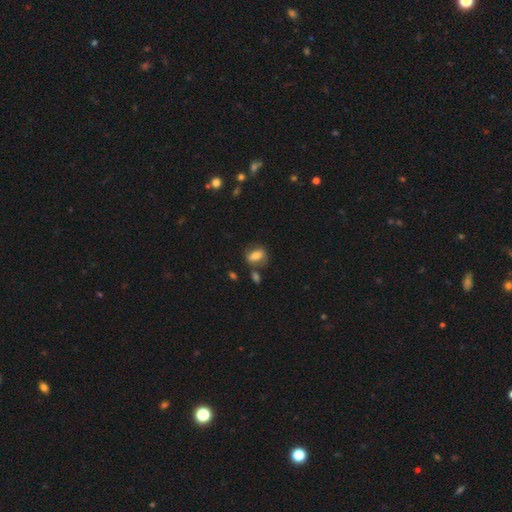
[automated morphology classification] Overall: smooth (72%). How rounded: in between (77%). Merging: none (61%).